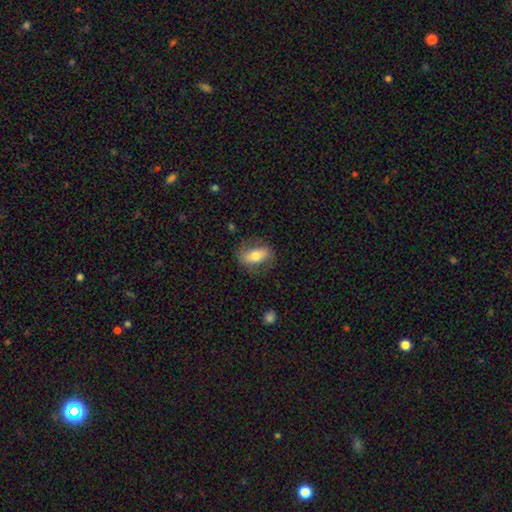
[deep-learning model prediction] A smooth galaxy with no disk features (57%) that is in between round and cigar-shaped (82%). Merging: none (74%).